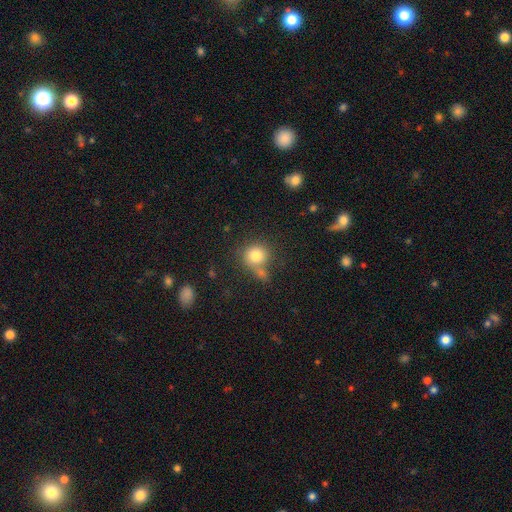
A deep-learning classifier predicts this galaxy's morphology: Smooth or featured? Predicted: smooth (p=0.80). How rounded? Predicted: round (p=0.86). Merging? Predicted: none (p=0.53).